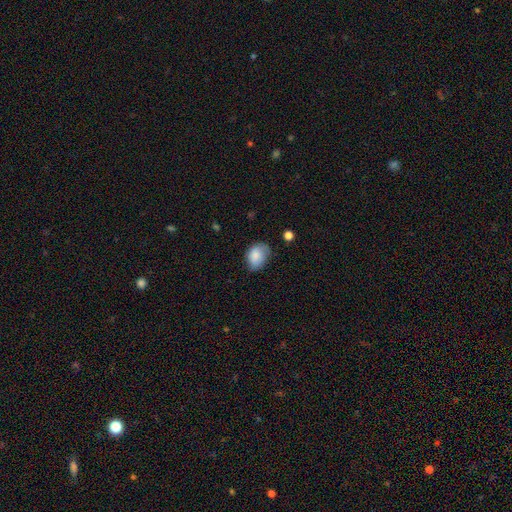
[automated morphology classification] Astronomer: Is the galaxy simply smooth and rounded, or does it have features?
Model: smooth — 80%.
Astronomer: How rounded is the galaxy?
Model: in between — 71%.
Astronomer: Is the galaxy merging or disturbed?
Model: none — 56% (runner-up: minor disturbance, 34%).